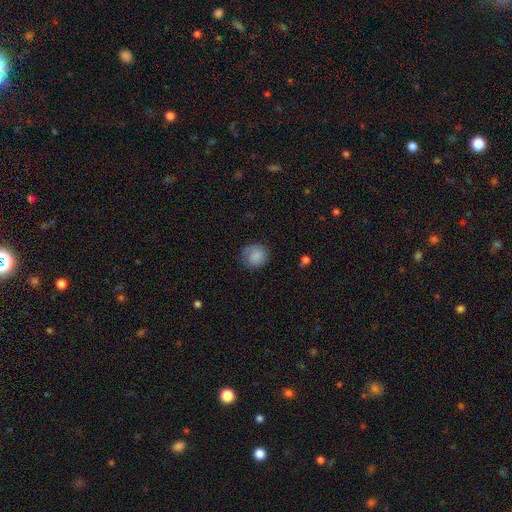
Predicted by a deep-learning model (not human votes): smooth 81%, featured or disk 11%, star or artifact 8%. Down the decision tree: how rounded — round (83%); merging — none (69%).